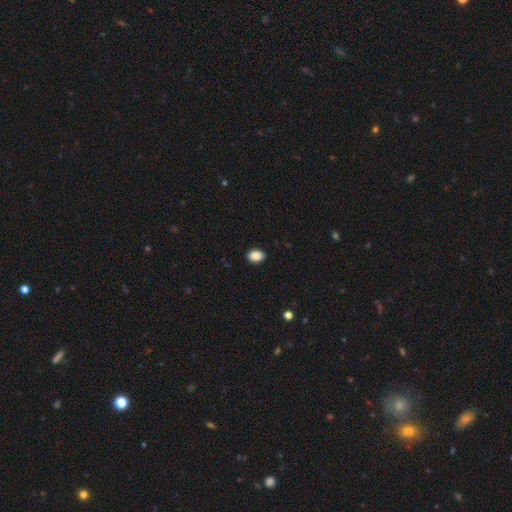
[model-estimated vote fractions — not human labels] smooth-or-featured: smooth: 89% | star or artifact: 8% | featured or disk: 3%
  how-rounded: in between: 83% | round: 16% | cigar-shaped: 1%
  merging: none: 90% | minor disturbance: 7% | major disturbance: 2% | merger: 1%